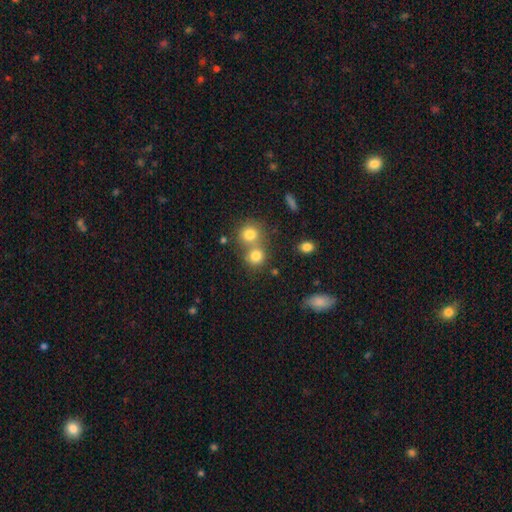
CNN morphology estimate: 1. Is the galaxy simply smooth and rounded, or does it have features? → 79% smooth, 12% star or artifact, 9% featured or disk.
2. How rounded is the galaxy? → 82% round, 17% in between, 1% cigar-shaped.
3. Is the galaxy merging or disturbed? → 46% none, 44% merger, 7% minor disturbance, 3% major disturbance.